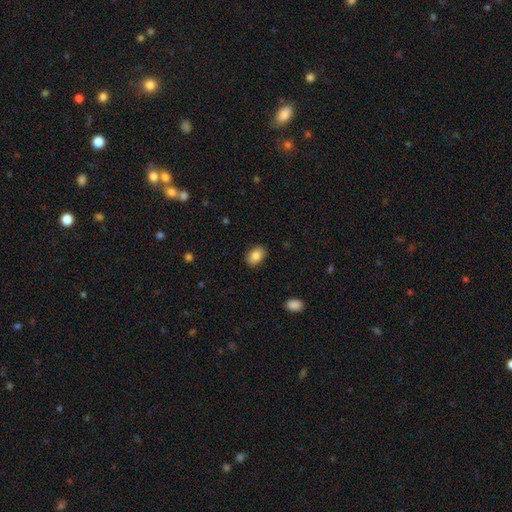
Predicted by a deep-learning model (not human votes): Q: Smooth or featured?
A: smooth (85%); runner-up: star or artifact (8%)
Q: How rounded?
A: in between (84%); runner-up: round (15%)
Q: Merging?
A: none (88%); runner-up: minor disturbance (9%)